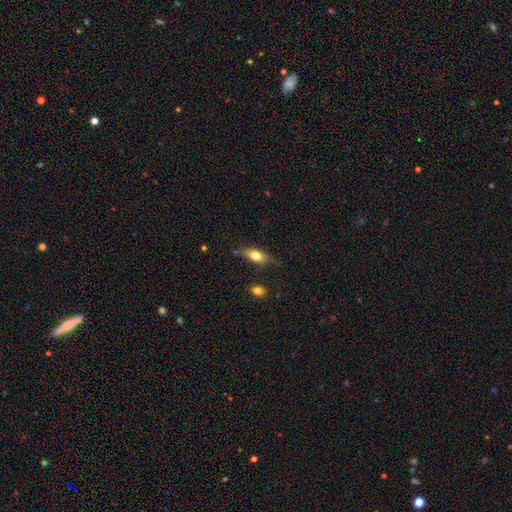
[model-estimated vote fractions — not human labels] Smooth or featured? smooth (68%)
How rounded? in between (75%)
Merging? none (69%)